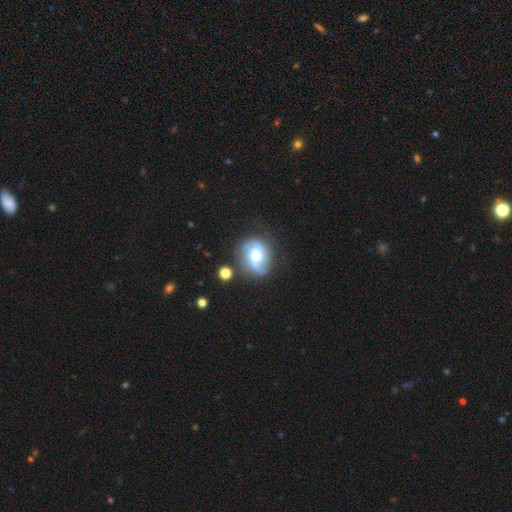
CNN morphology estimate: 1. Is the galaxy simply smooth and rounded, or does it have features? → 69% featured or disk, 24% smooth, 7% star or artifact.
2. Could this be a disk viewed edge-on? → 97% no, 3% yes.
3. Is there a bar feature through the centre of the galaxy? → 52% no, 36% weak, 12% strong.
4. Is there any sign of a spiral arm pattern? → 89% yes, 11% no.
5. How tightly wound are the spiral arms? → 43% medium, 36% loose, 21% tight.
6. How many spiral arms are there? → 82% 2, 8% can't tell, 6% 1, 2% 3, 1% 4, 1% more than 4.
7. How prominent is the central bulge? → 64% moderate, 22% large, 10% small, 2% dominant, 1% none.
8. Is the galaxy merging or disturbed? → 66% none, 20% minor disturbance, 9% major disturbance, 5% merger.